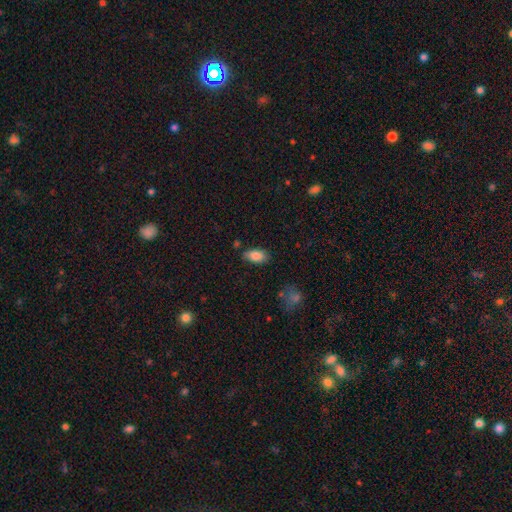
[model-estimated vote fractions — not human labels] smooth_or_featured: smooth (p=0.87) [alt: star or artifact p=0.07]
how_rounded: in between (p=0.93) [alt: round p=0.04]
merging: none (p=0.76) [alt: minor disturbance p=0.17]